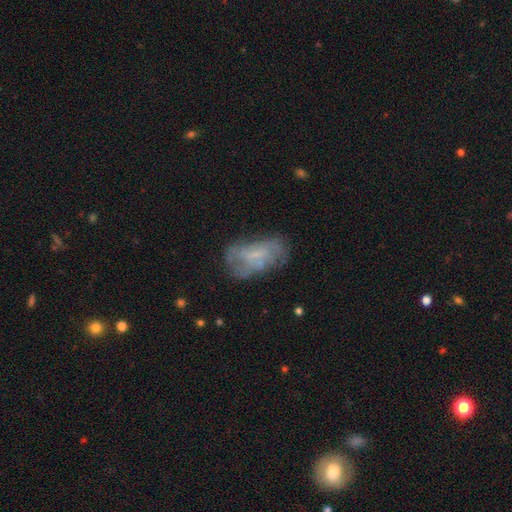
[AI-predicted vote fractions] The model was most divided on "bar": no: 50%, weak: 40%, strong: 10%. Remaining: edge-on disk — no (95%); spiral arms — yes (60%); smooth or featured — featured or disk (59%); merging — none (53%); bulge size — small (48%).